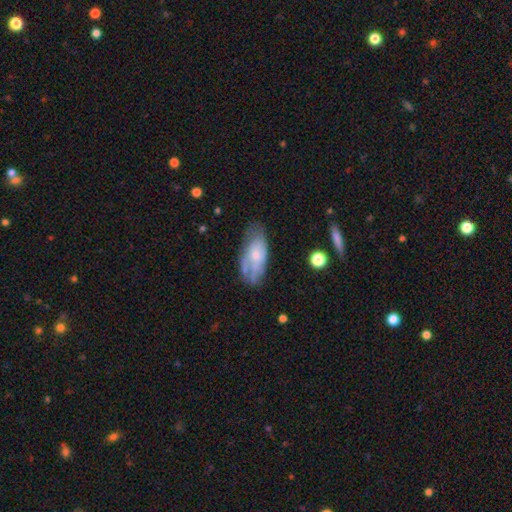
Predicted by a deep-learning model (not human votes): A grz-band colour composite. It shows a smooth galaxy with no disk features (50%). Merging: none (49%).